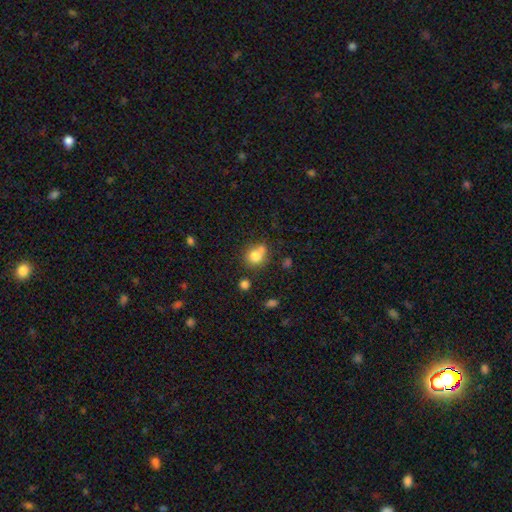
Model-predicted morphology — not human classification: Smooth or featured? Predicted: smooth (p=0.78). How rounded? Predicted: round (p=0.73). Merging? Predicted: none (p=0.52).